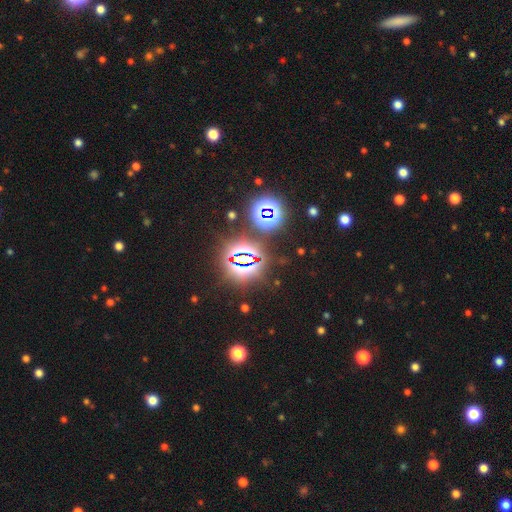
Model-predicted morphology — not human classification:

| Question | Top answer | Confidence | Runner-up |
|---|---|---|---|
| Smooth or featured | star or artifact | 83% | smooth (10%) |